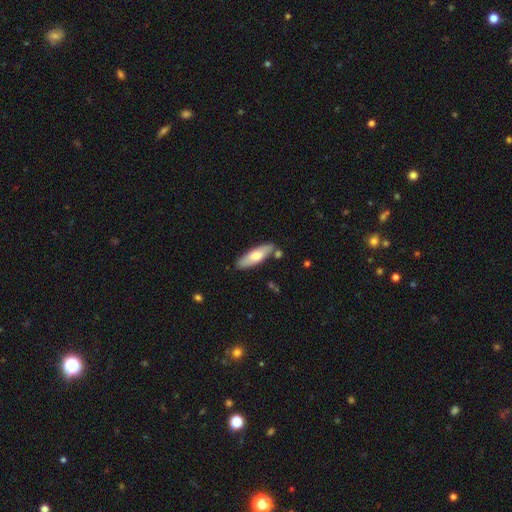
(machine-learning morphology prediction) Smooth or featured? smooth (62%)
How rounded? in between (50%)
Merging? none (79%)